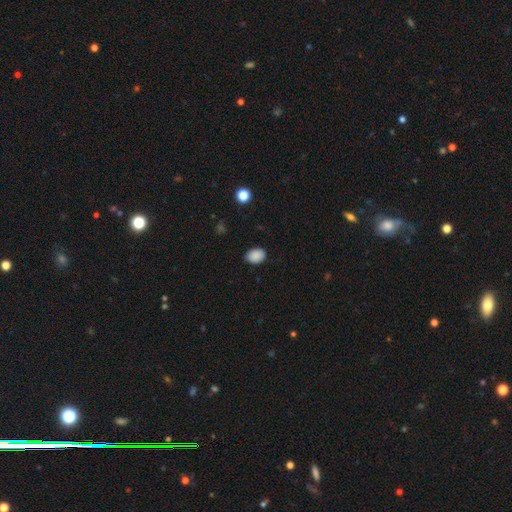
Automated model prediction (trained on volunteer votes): Smooth or featured: smooth — 89% (star or artifact — 9%)
How rounded: in between — 72% (round — 27%)
Merging: none — 86% (minor disturbance — 11%)